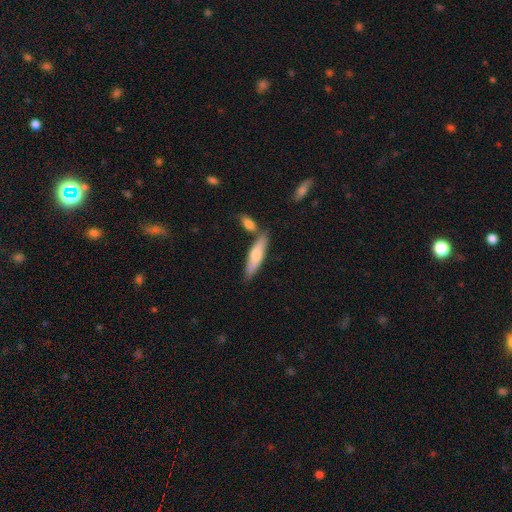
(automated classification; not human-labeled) Morphology: type=smooth (59%); roundness=cigar-shaped (71%); merging=none (70%).